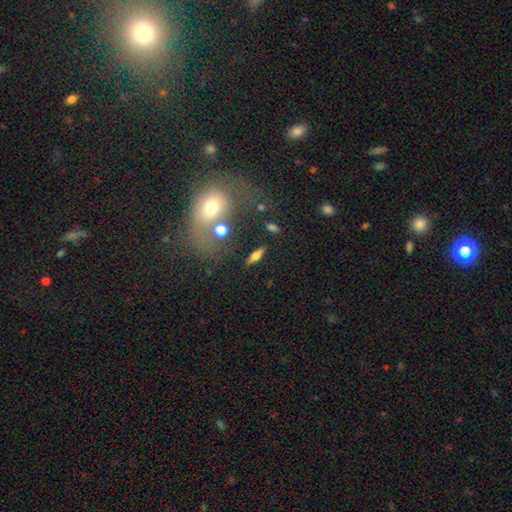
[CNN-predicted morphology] Smooth or featured: smooth — 49% (featured or disk — 41%)
Merging: none — 83% (minor disturbance — 9%)